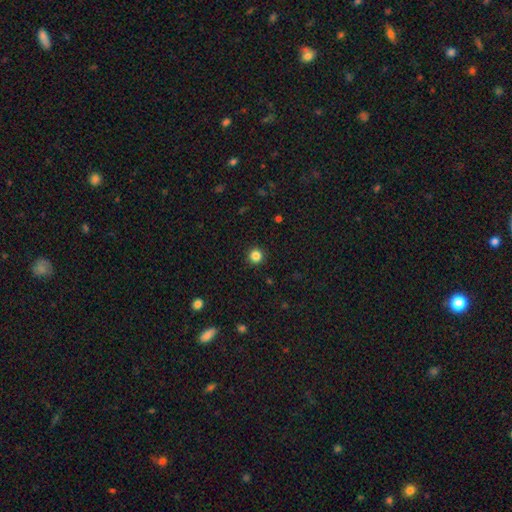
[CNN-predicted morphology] smooth 84%, star or artifact 12%, featured or disk 4%. Down the decision tree: how rounded — round (96%); merging — none (93%).